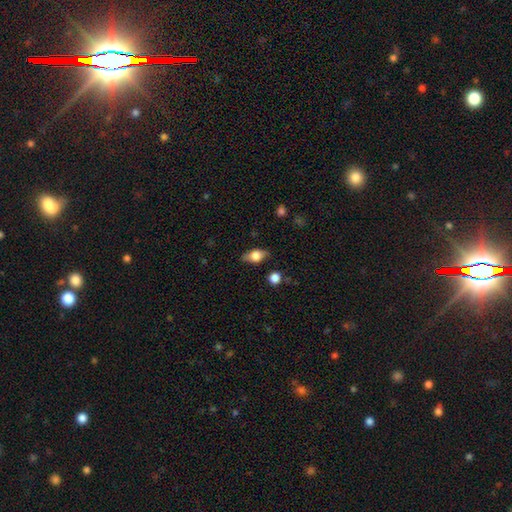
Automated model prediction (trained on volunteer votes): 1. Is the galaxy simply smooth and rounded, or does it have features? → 66% smooth, 26% featured or disk, 8% star or artifact.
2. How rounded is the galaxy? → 81% in between, 10% round, 9% cigar-shaped.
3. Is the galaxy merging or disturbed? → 82% none, 13% minor disturbance, 3% major disturbance, 2% merger.